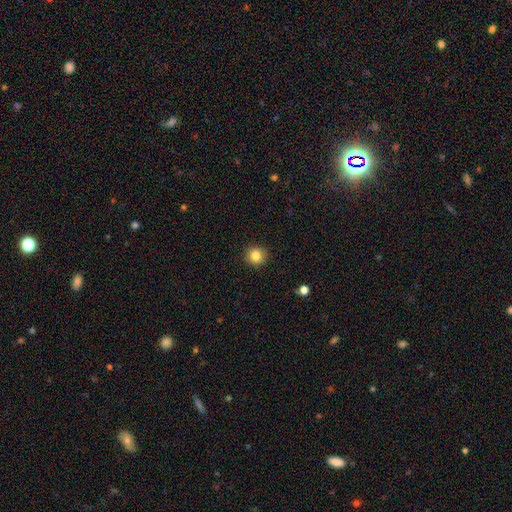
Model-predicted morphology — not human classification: Smooth or featured?
  - smooth: 84% *
  - star or artifact: 10%
  - featured or disk: 6%
How rounded?
  - round: 91% *
  - in between: 8%
  - cigar-shaped: 1%
Merging?
  - none: 91% *
  - minor disturbance: 6%
  - major disturbance: 2%
  - merger: 1%